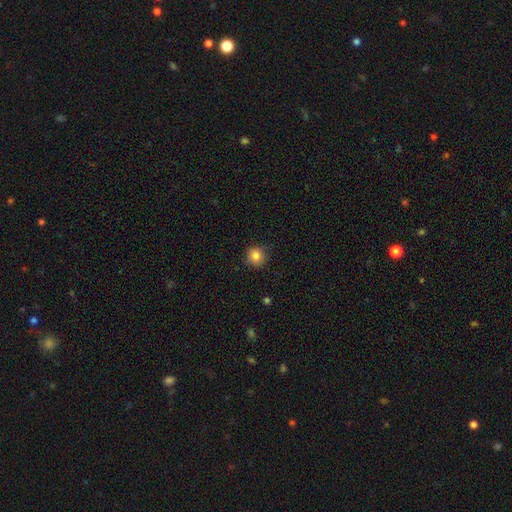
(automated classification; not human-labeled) A smooth galaxy with no disk features (83%) that is round (93%).

Vote fractions:
- Smooth or featured? smooth: 83% / star or artifact: 11% / featured or disk: 7%
- How rounded? round: 93% / in between: 7% / cigar-shaped: 1%
- Merging? none: 83% / minor disturbance: 13% / major disturbance: 3% / merger: 1%